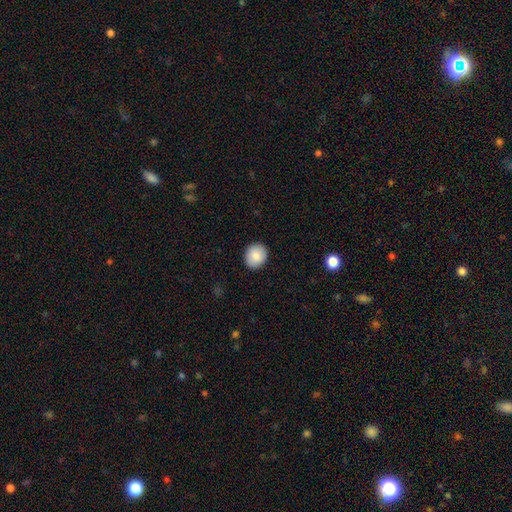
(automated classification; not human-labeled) Overall: smooth (86%). How rounded: round (69%; in between 30%). Merging: none (90%).